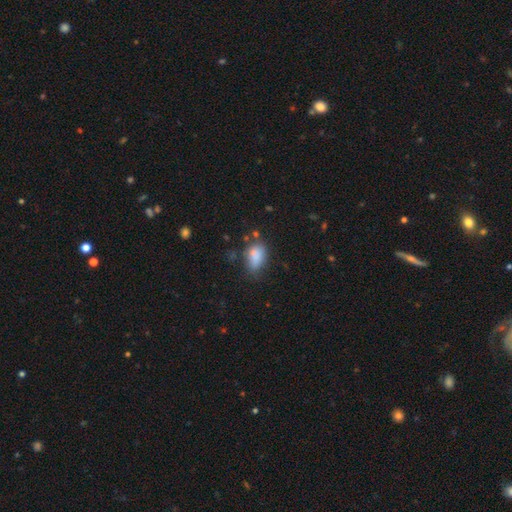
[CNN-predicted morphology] Smooth or featured? Predicted: smooth (p=0.82). How rounded? Predicted: in between (p=0.85). Merging? Predicted: none (p=0.47).